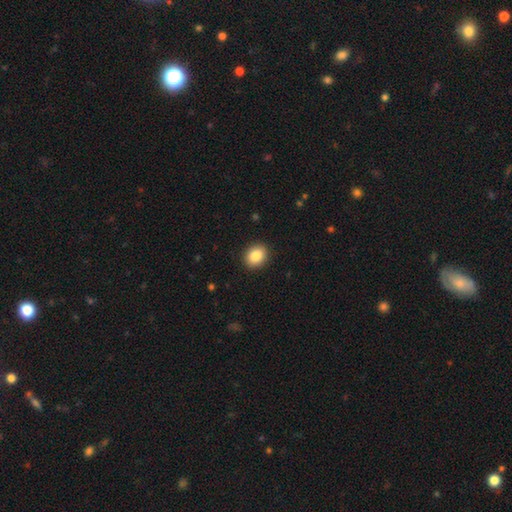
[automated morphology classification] Smooth or featured? smooth (87%)
How rounded? round (58%)
Merging? none (91%)